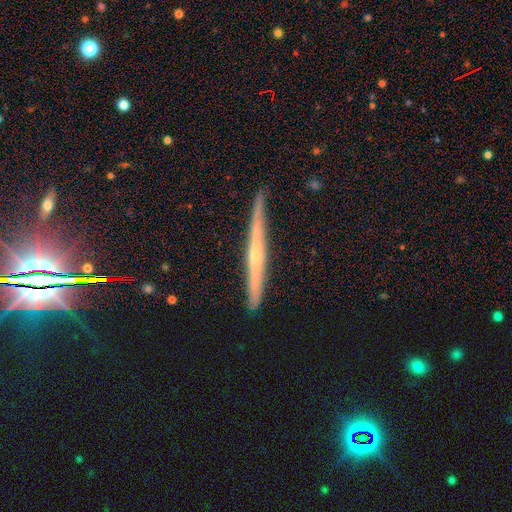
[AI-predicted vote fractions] The model was most divided on "edge-on bulge": none: 54%, rounded: 41%, boxy: 5%. More confident: edge-on disk — yes (97%); merging — none (88%); smooth or featured — featured or disk (68%).